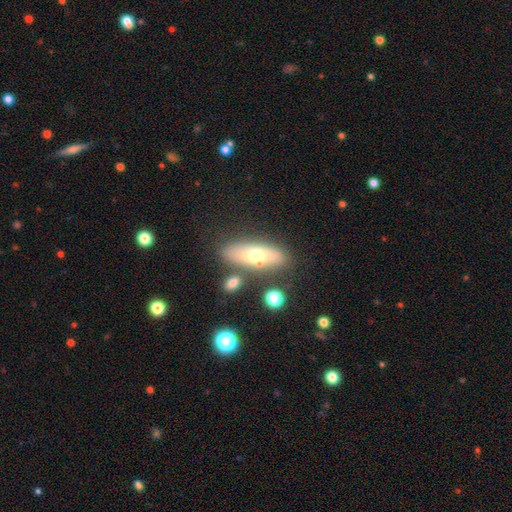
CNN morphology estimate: smooth-or-featured: smooth: 54% | featured or disk: 38% | star or artifact: 8%
  how-rounded: in between: 55% | cigar-shaped: 41% | round: 4%
  merging: none: 78% | minor disturbance: 12% | merger: 7% | major disturbance: 4%